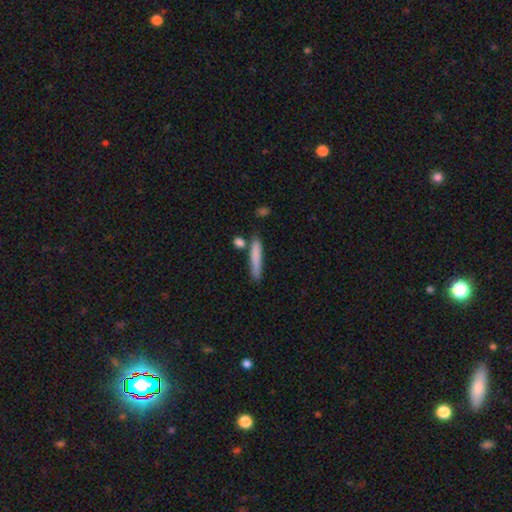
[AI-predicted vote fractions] Smooth or featured? Predicted: smooth (p=0.79). How rounded? Predicted: cigar-shaped (p=0.90). Merging? Predicted: none (p=0.74).